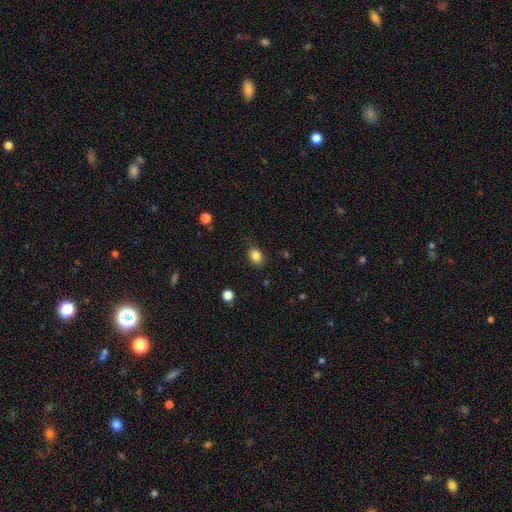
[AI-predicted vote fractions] Overall: smooth (84%). How rounded: in between (68%; round 31%). Merging: none (80%).